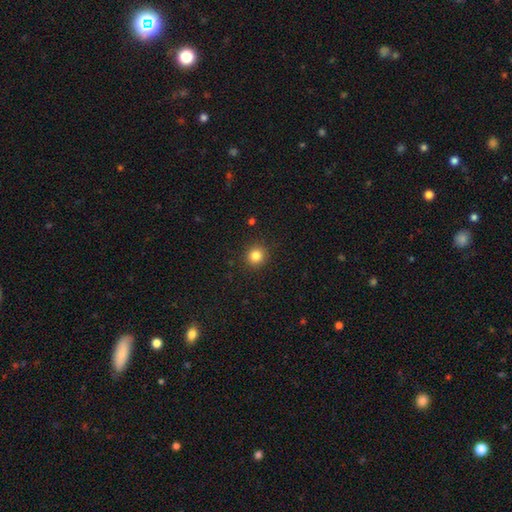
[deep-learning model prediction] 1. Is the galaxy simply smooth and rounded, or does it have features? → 84% smooth, 11% star or artifact, 5% featured or disk.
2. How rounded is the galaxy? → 91% round, 8% in between, 1% cigar-shaped.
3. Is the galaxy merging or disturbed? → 91% none, 6% minor disturbance, 2% major disturbance, 1% merger.